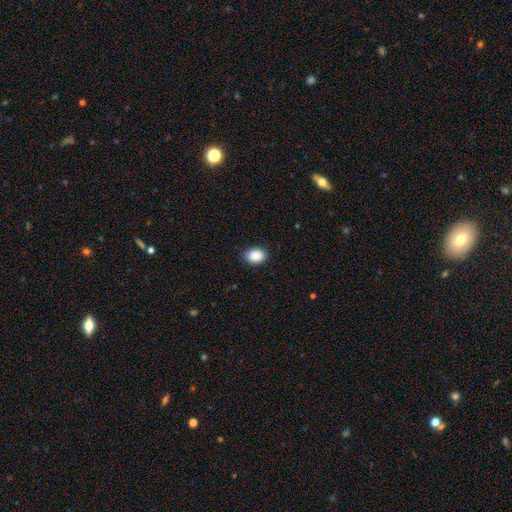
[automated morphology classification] Q: Smooth or featured?
A: smooth (89%); runner-up: star or artifact (8%)
Q: How rounded?
A: in between (65%); runner-up: round (34%)
Q: Merging?
A: none (87%); runner-up: minor disturbance (10%)